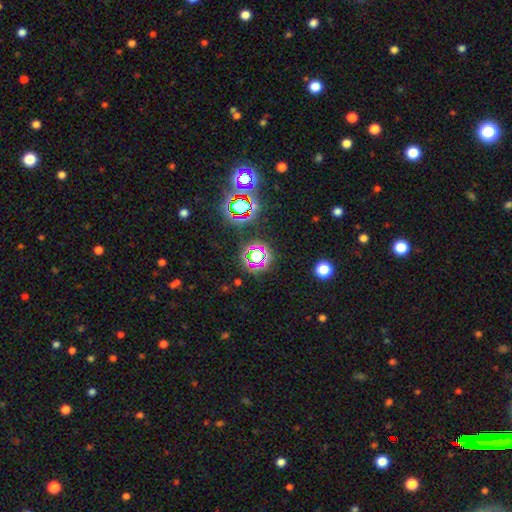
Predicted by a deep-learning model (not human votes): Smooth or featured: star or artifact — 63% (smooth — 26%)